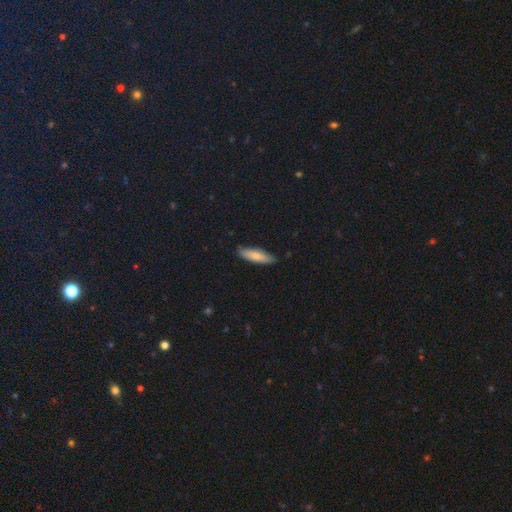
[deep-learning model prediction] This appears to be a smooth galaxy with no disk features (78%) that is cigar-shaped (59%). Merging: none (84%).